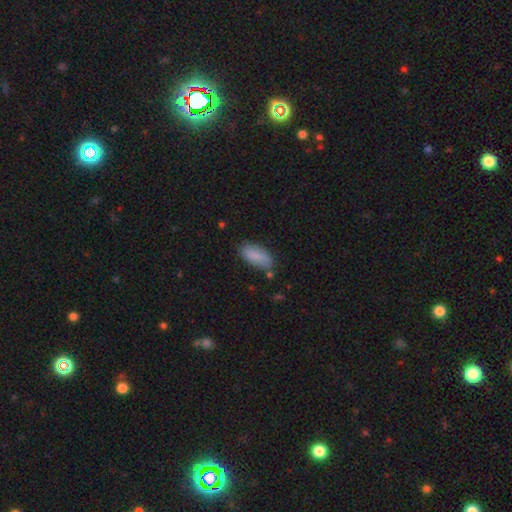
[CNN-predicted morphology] Smooth or featured?
  - smooth: 84% *
  - featured or disk: 10%
  - star or artifact: 7%
How rounded?
  - in between: 86% *
  - cigar-shaped: 12%
  - round: 2%
Merging?
  - none: 74% *
  - minor disturbance: 18%
  - major disturbance: 4%
  - merger: 4%